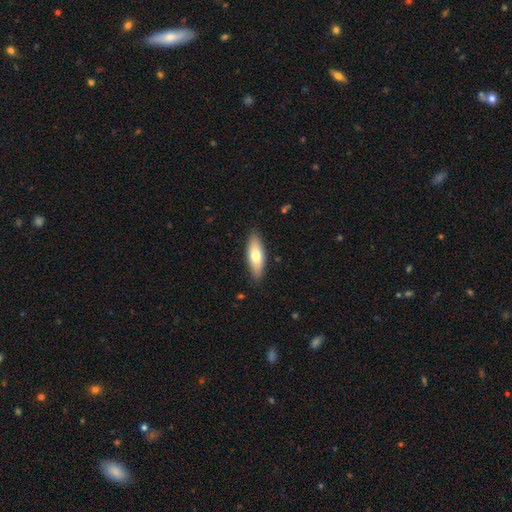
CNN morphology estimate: smooth-or-featured: smooth: 69% | featured or disk: 25% | star or artifact: 6%
  how-rounded: in between: 63% | cigar-shaped: 35% | round: 2%
  merging: none: 87% | minor disturbance: 10% | major disturbance: 2% | merger: 1%